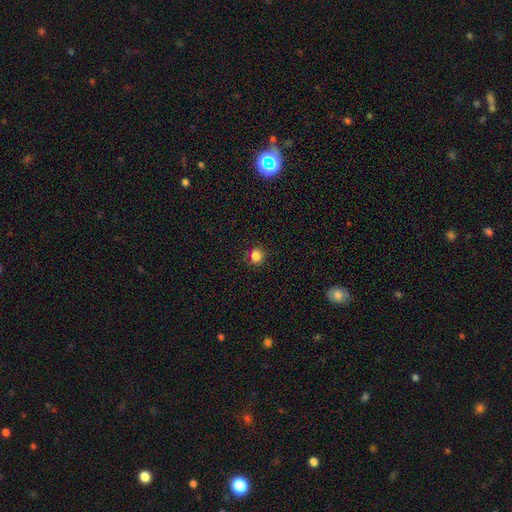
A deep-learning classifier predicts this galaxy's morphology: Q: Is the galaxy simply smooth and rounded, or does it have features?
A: smooth — 83%.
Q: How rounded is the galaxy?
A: round — 89%.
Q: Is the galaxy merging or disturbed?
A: none — 86%.